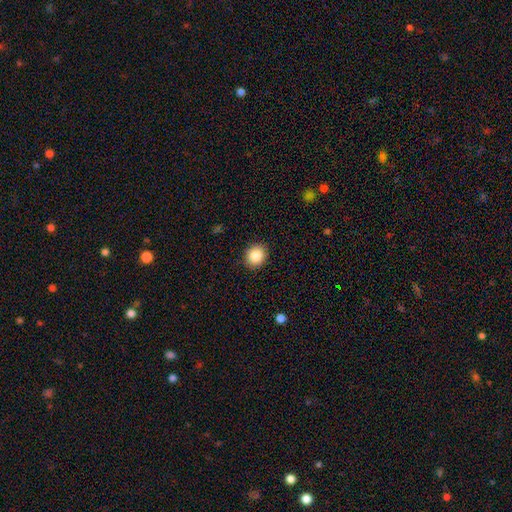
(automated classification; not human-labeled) Q: Smooth or featured?
A: smooth (86%); runner-up: star or artifact (9%)
Q: How rounded?
A: round (75%); runner-up: in between (25%)
Q: Merging?
A: none (90%); runner-up: minor disturbance (7%)